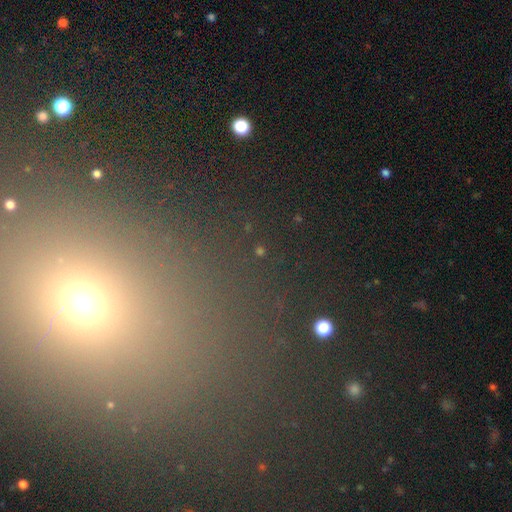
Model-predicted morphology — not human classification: Smooth or featured: star or artifact — 60% (smooth — 29%)